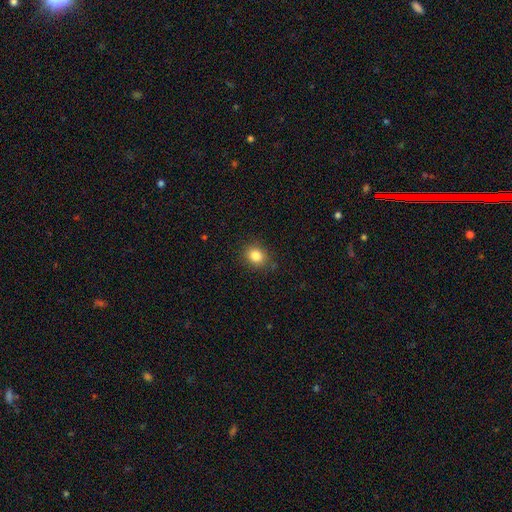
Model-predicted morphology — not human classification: This is clearly a smooth galaxy (84%). How rounded: likely round (61%). Merging: clearly none (85%).